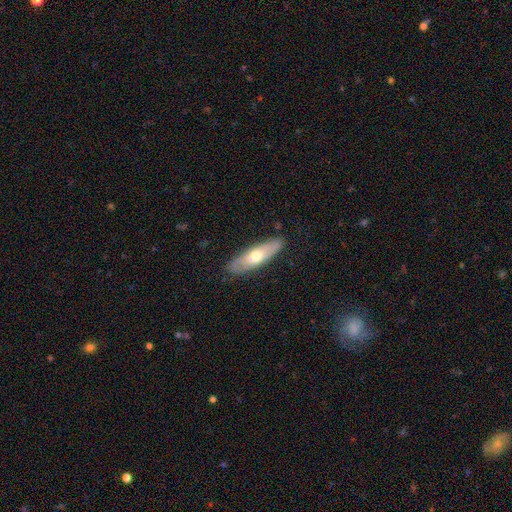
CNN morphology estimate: Smooth or featured?
  - smooth: 50% *
  - featured or disk: 44%
  - star or artifact: 6%
How rounded?
  - cigar-shaped: 55% *
  - in between: 42%
  - round: 2%
Merging?
  - none: 85% *
  - minor disturbance: 12%
  - major disturbance: 2%
  - merger: 1%